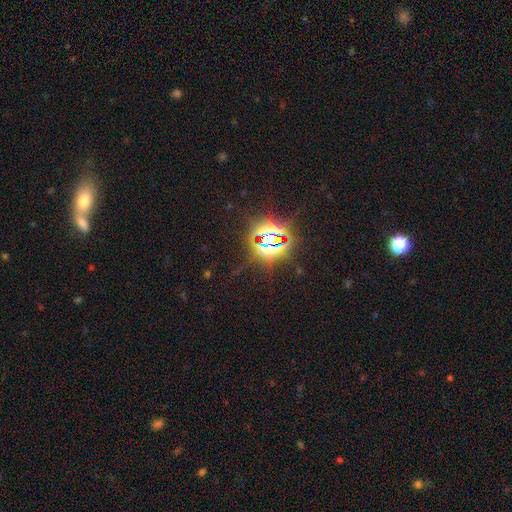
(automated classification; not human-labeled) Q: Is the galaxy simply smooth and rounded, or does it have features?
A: star or artifact — 81%.